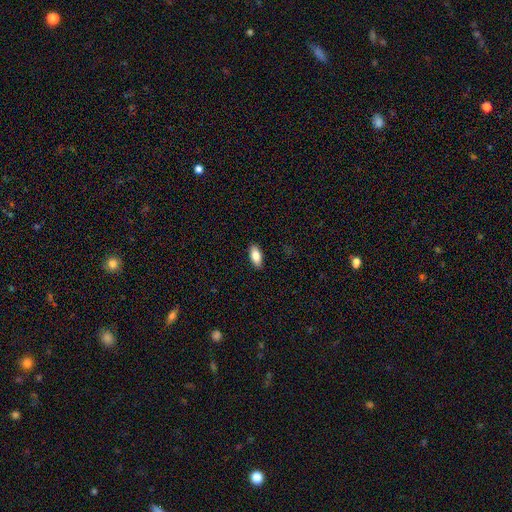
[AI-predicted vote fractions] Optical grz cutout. It shows a smooth galaxy with no disk features (83%) that is in between round and cigar-shaped (87%). Merging: none (89%).